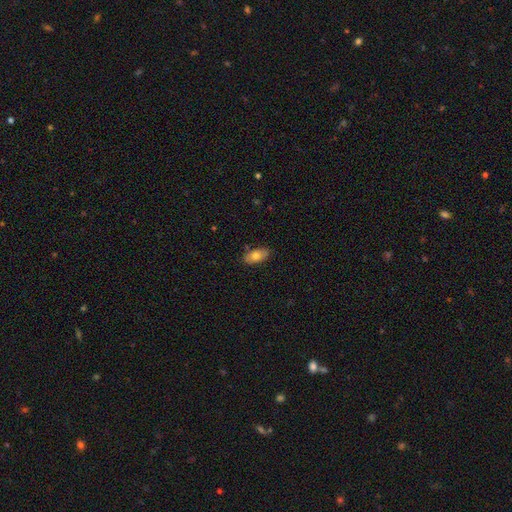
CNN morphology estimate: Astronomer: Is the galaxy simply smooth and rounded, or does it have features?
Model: smooth — 73%.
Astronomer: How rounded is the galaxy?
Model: in between — 91%.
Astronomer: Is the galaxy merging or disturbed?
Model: none — 84%.